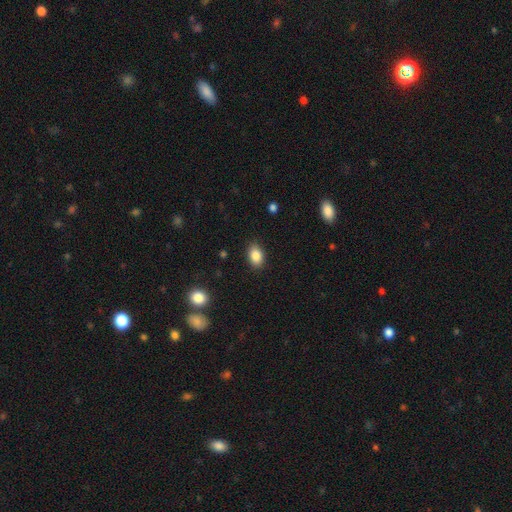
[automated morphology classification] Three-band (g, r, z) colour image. It shows a smooth galaxy with no disk features (87%) that is in between round and cigar-shaped (86%). Merging: none (87%).